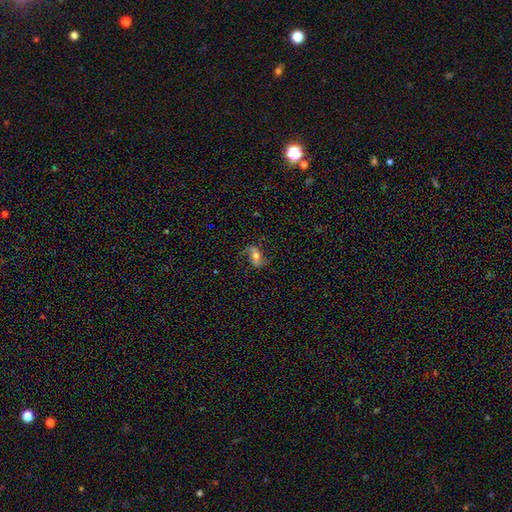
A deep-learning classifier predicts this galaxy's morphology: Smooth or featured? featured or disk (61%)
Edge-on disk? no (94%)
Bar? no (41%)
Spiral arms? yes (87%)
Bulge size? moderate (67%)
Merging? none (74%)